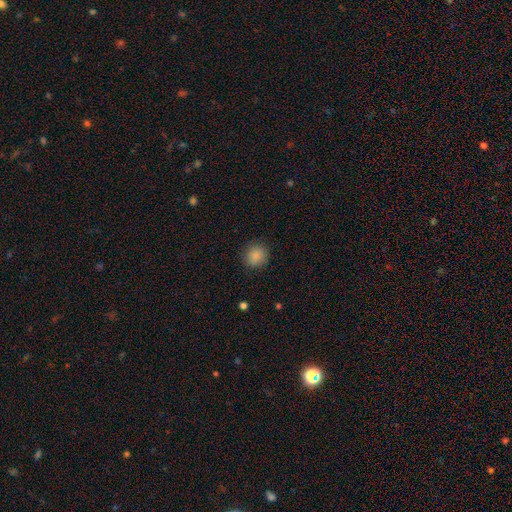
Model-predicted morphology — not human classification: type=smooth (85%); roundness=round (86%); merging=none (86%).